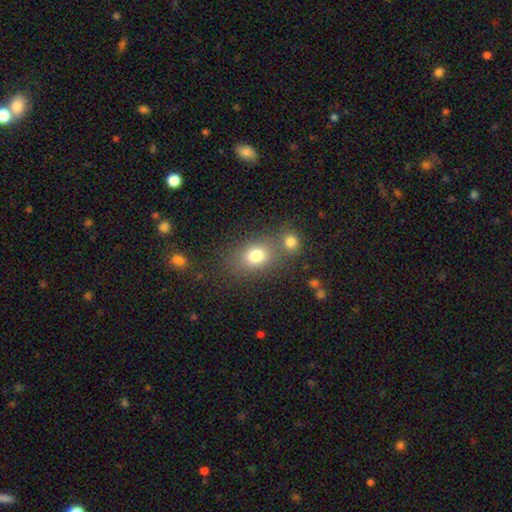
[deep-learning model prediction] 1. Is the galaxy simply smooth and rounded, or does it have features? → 78% smooth, 12% star or artifact, 10% featured or disk.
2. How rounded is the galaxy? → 58% in between, 41% round, 2% cigar-shaped.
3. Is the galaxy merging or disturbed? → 53% none, 33% merger, 10% minor disturbance, 5% major disturbance.